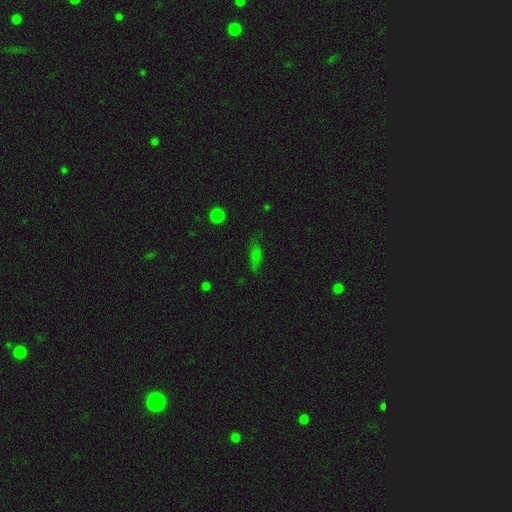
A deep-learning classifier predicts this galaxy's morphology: Smooth or featured: smooth — 65% (featured or disk — 18%)
How rounded: in between — 59% (cigar-shaped — 36%)
Merging: none — 73% (minor disturbance — 19%)